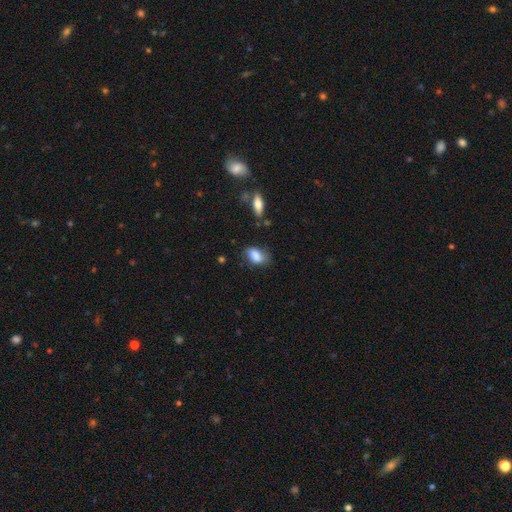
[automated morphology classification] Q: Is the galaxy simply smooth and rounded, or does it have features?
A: smooth — 84%.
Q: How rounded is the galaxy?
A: in between — 89%.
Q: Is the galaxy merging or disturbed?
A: none — 62%.